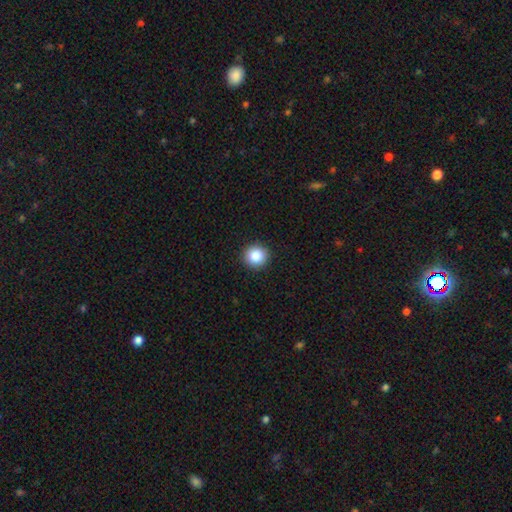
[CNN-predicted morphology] A smooth galaxy with no disk features (86%) that is round (92%).

Vote fractions:
- Smooth or featured? smooth: 86% / star or artifact: 9% / featured or disk: 4%
- How rounded? round: 92% / in between: 8% / cigar-shaped: 1%
- Merging? none: 92% / minor disturbance: 5% / major disturbance: 2% / merger: 1%